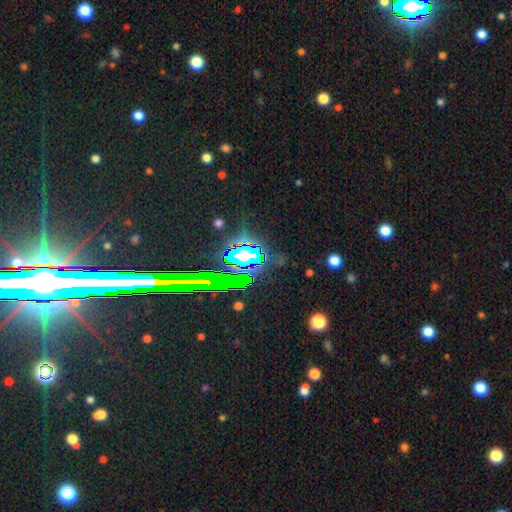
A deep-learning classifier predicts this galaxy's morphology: smooth-or-featured: star or artifact: 82% | featured or disk: 10% | smooth: 8%